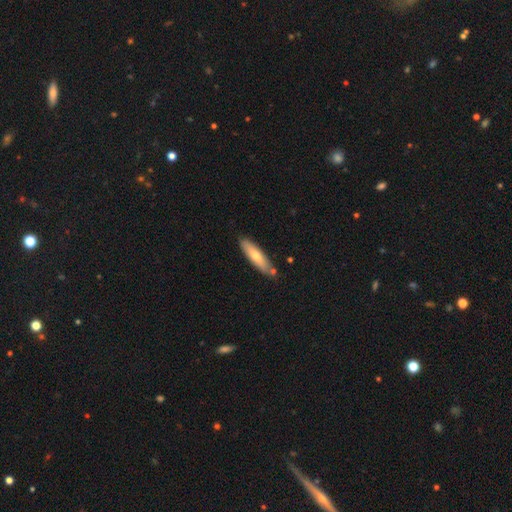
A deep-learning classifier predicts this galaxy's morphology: type=smooth (66%); roundness=cigar-shaped (67%); merging=none (81%).